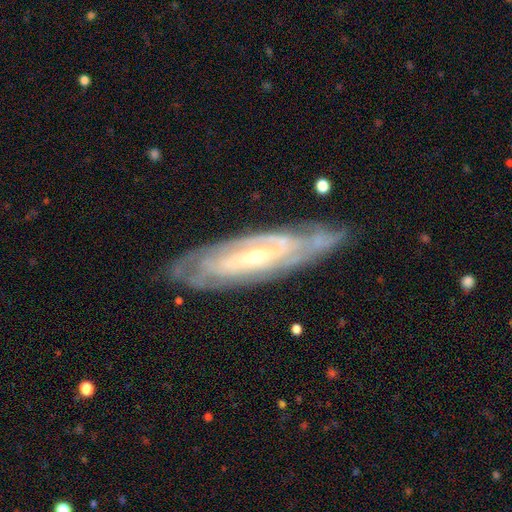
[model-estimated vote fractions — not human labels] smooth_or_featured: featured or disk (p=0.86) [alt: smooth p=0.09]
disk_edge_on: no (p=0.81) [alt: yes p=0.19]
bar: no (p=0.36) [tied with: weak p=0.36]
has_spiral_arms: yes (p=0.93) [alt: no p=0.07]
spiral_winding: tight (p=0.68) [alt: medium p=0.25]
spiral_arm_count: can't tell (p=0.40) [alt: 2 p=0.32]
bulge_size: small (p=0.66) [alt: moderate p=0.30]
merging: none (p=0.74) [alt: minor disturbance p=0.19]